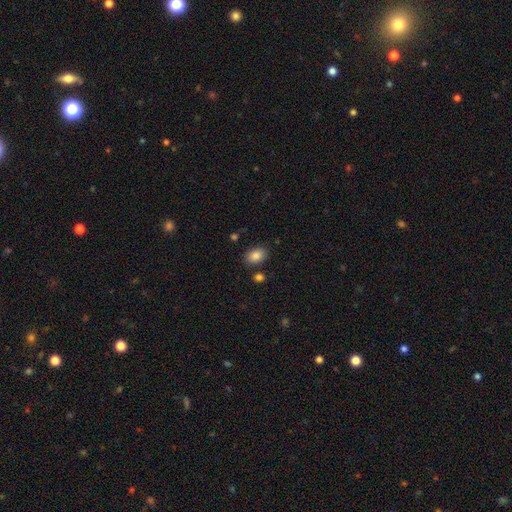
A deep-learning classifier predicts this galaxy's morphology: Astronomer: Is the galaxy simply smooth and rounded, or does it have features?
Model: smooth — 86%.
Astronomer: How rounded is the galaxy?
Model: in between — 83%.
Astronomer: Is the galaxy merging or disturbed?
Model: none — 83%.